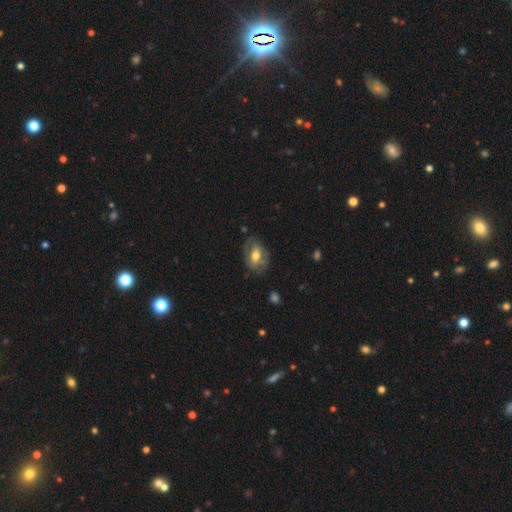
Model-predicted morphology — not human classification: Overall: smooth (50%; featured or disk 43%). Merging: none (67%).